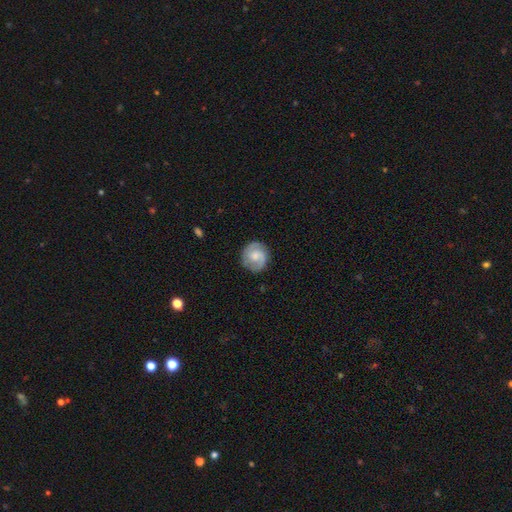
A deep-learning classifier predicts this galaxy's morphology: Overall: featured or disk (68%). Edge-on disk: no (98%). Bar: no (57%; weak 38%). Spiral arms: yes (93%). Spiral arm count: 2 (80%). Spiral winding: tight (44%; medium 43%). Bulge size: moderate (47%; small 35%). Merging: none (83%).